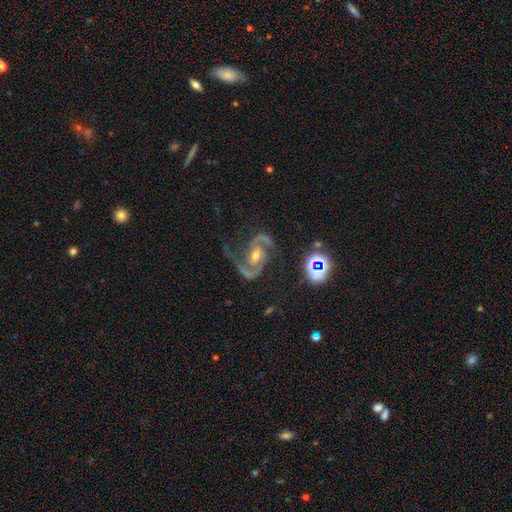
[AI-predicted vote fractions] This appears to be a featured or disk galaxy (89%) with no bar (45%), 2 (91%) medium (59%) spiral arms (98%) and a moderate central bulge (61%). Merging: none (65%).